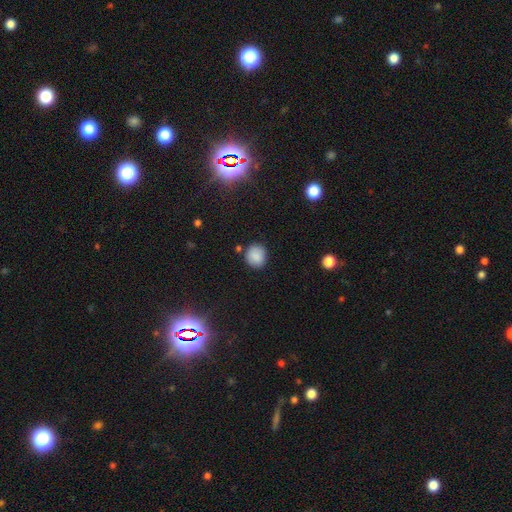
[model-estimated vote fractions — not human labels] A smooth galaxy with no disk features (87%) that is round (84%).

Vote fractions:
- Smooth or featured? smooth: 87% / star or artifact: 9% / featured or disk: 4%
- How rounded? round: 84% / in between: 15% / cigar-shaped: 1%
- Merging? none: 85% / minor disturbance: 10% / merger: 3% / major disturbance: 3%